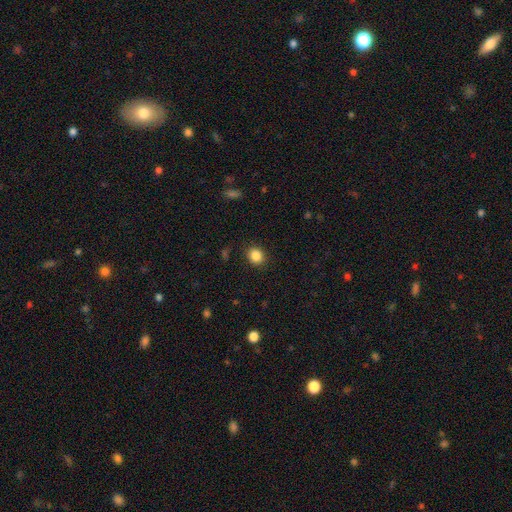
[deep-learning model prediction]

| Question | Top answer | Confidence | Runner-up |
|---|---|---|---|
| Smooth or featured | smooth | 86% | star or artifact (10%) |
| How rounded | round | 73% | in between (26%) |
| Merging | none | 88% | minor disturbance (8%) |